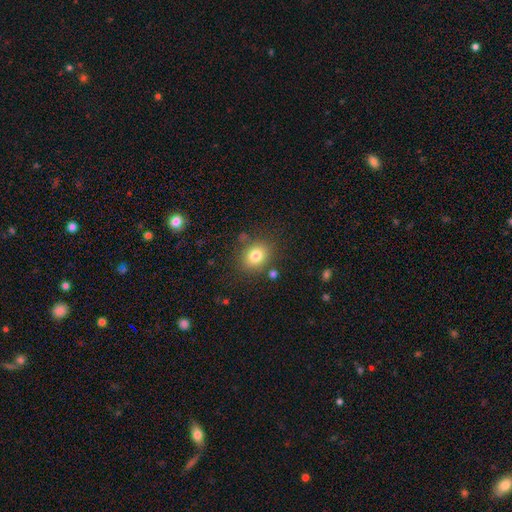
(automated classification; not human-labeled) smooth_or_featured: smooth (p=0.80) [alt: star or artifact p=0.11]
how_rounded: round (p=0.56) [alt: in between p=0.43]
merging: none (p=0.80) [alt: minor disturbance p=0.11]